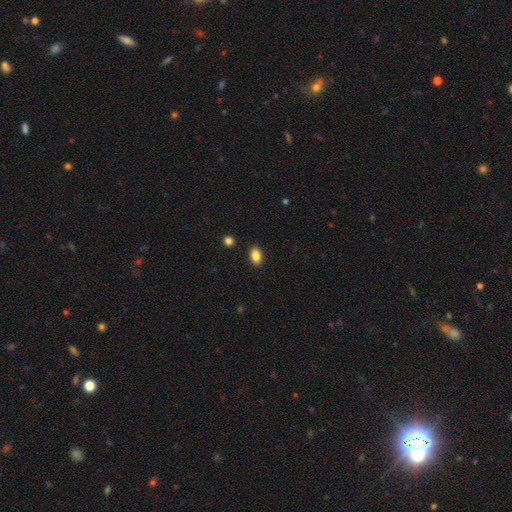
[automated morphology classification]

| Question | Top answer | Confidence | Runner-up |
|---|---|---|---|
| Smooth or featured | smooth | 88% | star or artifact (9%) |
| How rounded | in between | 87% | round (12%) |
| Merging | none | 89% | minor disturbance (8%) |